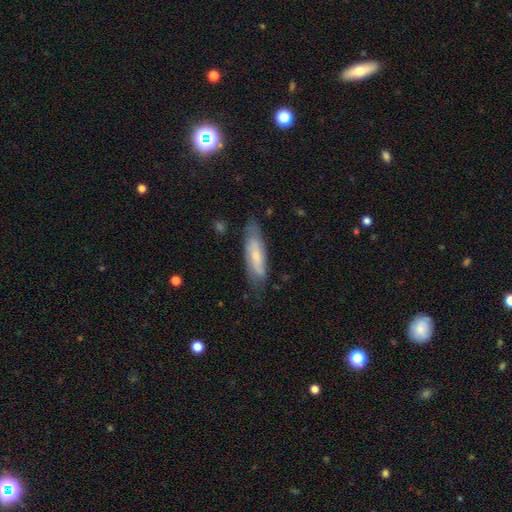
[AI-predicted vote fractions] The model was most divided on "smooth or featured": smooth: 50%, featured or disk: 42%, star or artifact: 8%. More confident: merging — none (73%); how rounded — cigar-shaped (62%).